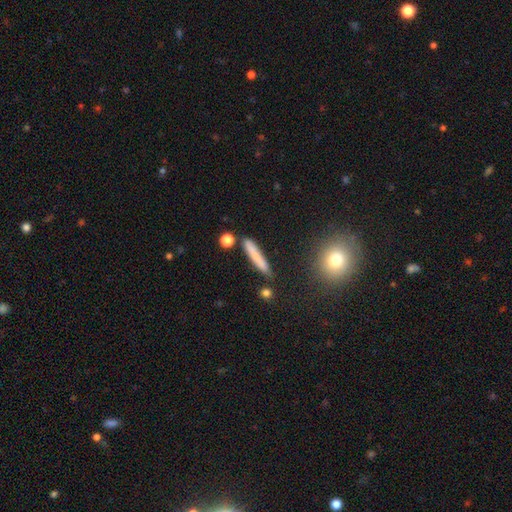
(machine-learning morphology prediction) smooth 73%, featured or disk 20%, star or artifact 7%. Down the decision tree: how rounded — cigar-shaped (92%); merging — none (80%).